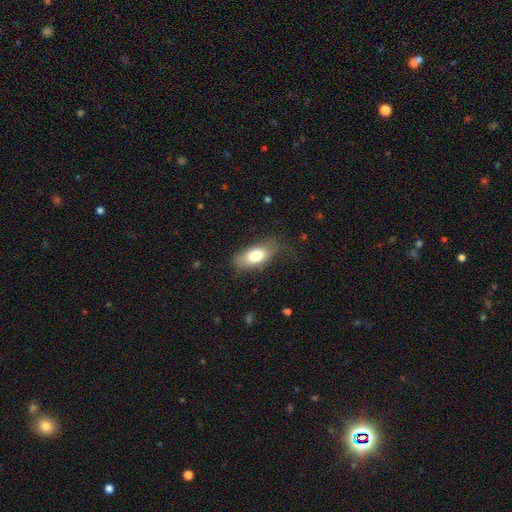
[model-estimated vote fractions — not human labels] Q: Smooth or featured?
A: smooth (76%); runner-up: featured or disk (16%)
Q: How rounded?
A: in between (87%); runner-up: cigar-shaped (9%)
Q: Merging?
A: none (70%); runner-up: minor disturbance (22%)